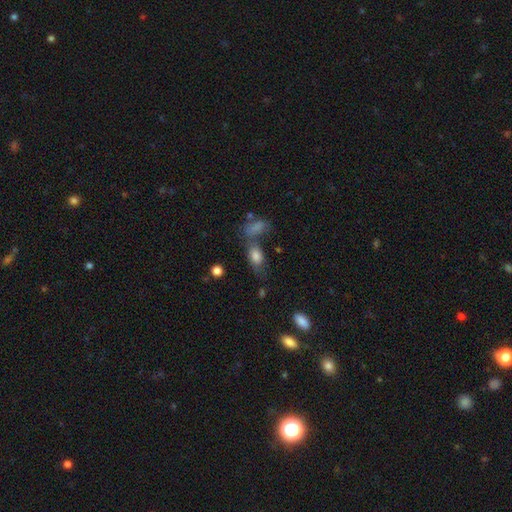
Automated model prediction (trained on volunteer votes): Smooth or featured?
  - smooth: 76% *
  - featured or disk: 12%
  - star or artifact: 11%
How rounded?
  - in between: 83% *
  - round: 10%
  - cigar-shaped: 7%
Merging?
  - none: 46% *
  - merger: 27%
  - minor disturbance: 18%
  - major disturbance: 10%